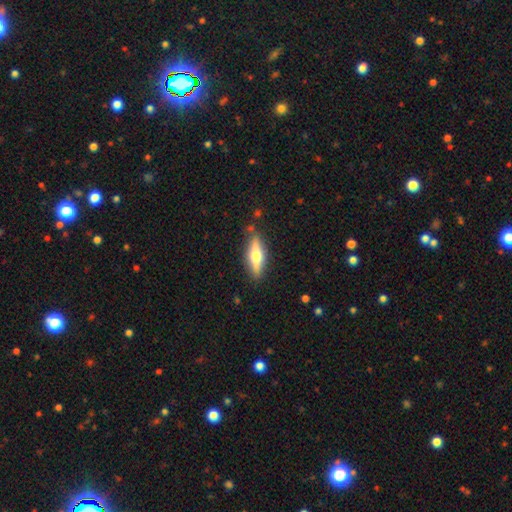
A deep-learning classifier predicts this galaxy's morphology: A featured or disk galaxy (55%) viewed edge-on (92%) with a rounded central bulge (94%). Merging: none (86%).